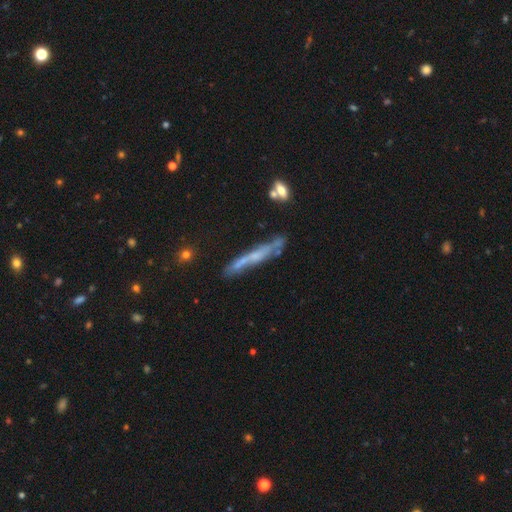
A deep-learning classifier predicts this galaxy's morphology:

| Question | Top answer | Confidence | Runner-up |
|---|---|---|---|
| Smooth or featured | featured or disk | 61% | smooth (29%) |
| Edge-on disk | yes | 77% | no (23%) |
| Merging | none | 66% | minor disturbance (21%) |